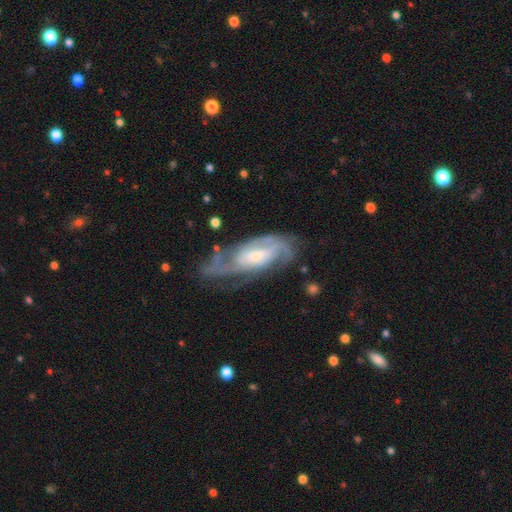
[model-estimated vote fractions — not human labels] Smooth or featured? featured or disk (85%)
Edge-on disk? no (91%)
Bar? no (44%)
Spiral arms? yes (95%)
Spiral winding? tight (47%)
Spiral arm count? 2 (39%)
Bulge size? moderate (47%)
Merging? none (63%)